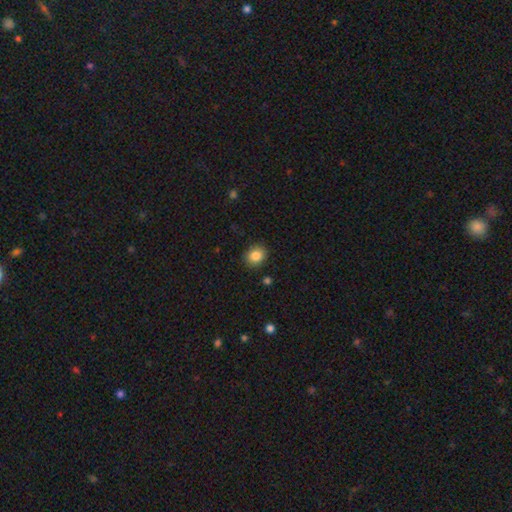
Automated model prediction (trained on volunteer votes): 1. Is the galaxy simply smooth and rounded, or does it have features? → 85% smooth, 10% star or artifact, 5% featured or disk.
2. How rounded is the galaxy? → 71% round, 28% in between, 1% cigar-shaped.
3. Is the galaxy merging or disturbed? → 89% none, 8% minor disturbance, 2% major disturbance, 1% merger.